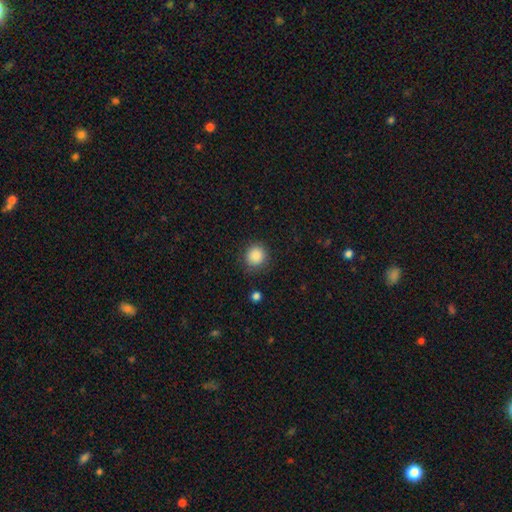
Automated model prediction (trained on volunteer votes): Smooth or featured? smooth (87%)
How rounded? round (90%)
Merging? none (85%)